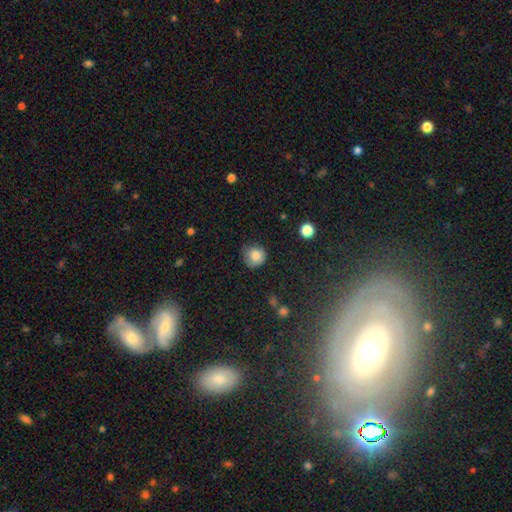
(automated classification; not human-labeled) smooth_or_featured: smooth (p=0.82) [alt: star or artifact p=0.10]
how_rounded: round (p=0.90) [alt: in between p=0.09]
merging: none (p=0.70) [alt: minor disturbance p=0.24]